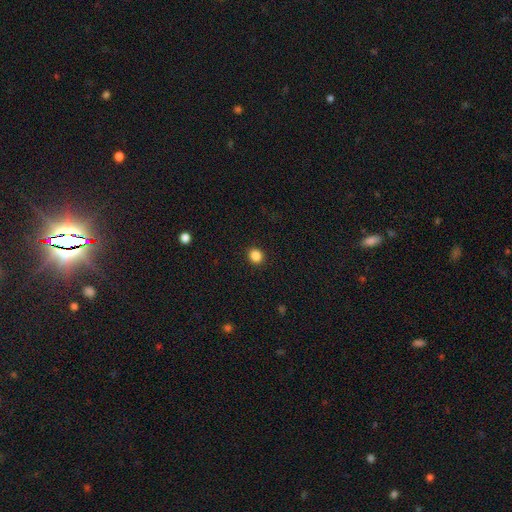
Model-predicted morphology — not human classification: This is clearly a smooth galaxy (86%). How rounded: clearly round (82%). Merging: clearly none (92%).